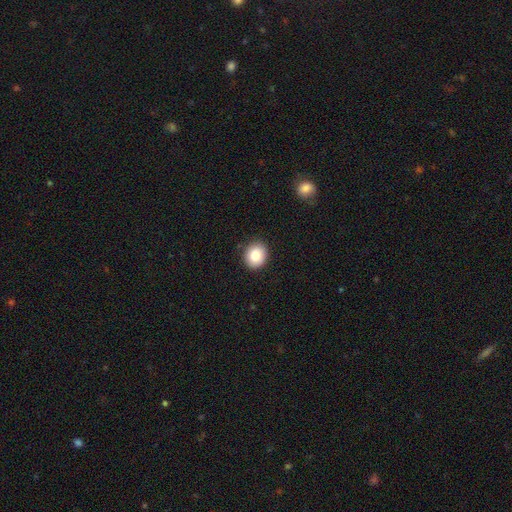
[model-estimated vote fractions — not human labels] The model was most divided on "how rounded": round: 71%, in between: 29%, cigar-shaped: 1%. More confident: merging — none (89%); smooth or featured — smooth (84%).